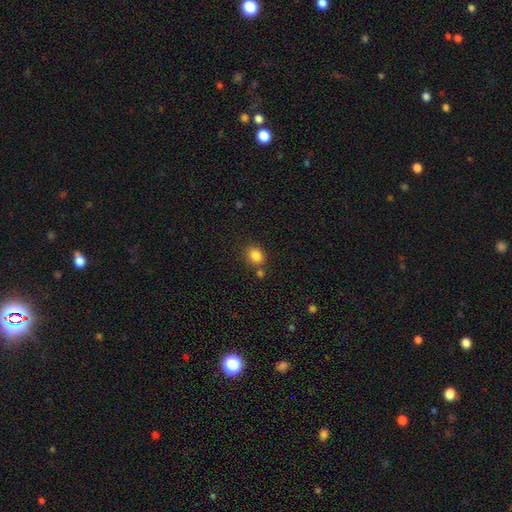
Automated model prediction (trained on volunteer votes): A smooth galaxy with no disk features (85%) that is round (60%).

Vote fractions:
- Smooth or featured? smooth: 85% / star or artifact: 10% / featured or disk: 5%
- How rounded? round: 60% / in between: 39% / cigar-shaped: 1%
- Merging? none: 72% / merger: 13% / minor disturbance: 12% / major disturbance: 3%